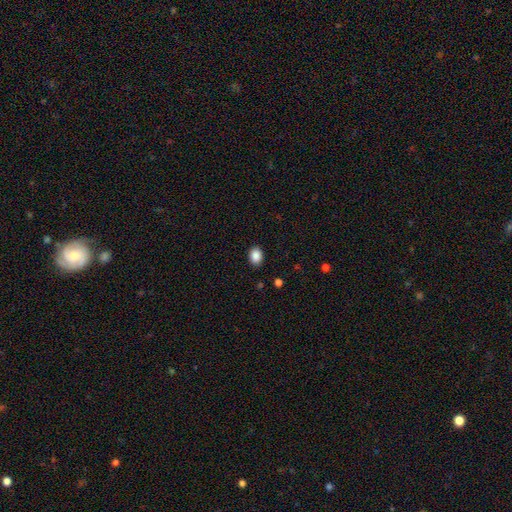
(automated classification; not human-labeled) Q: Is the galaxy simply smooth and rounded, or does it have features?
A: smooth — 88%.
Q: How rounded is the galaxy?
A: in between — 66%.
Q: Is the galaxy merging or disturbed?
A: none — 89%.